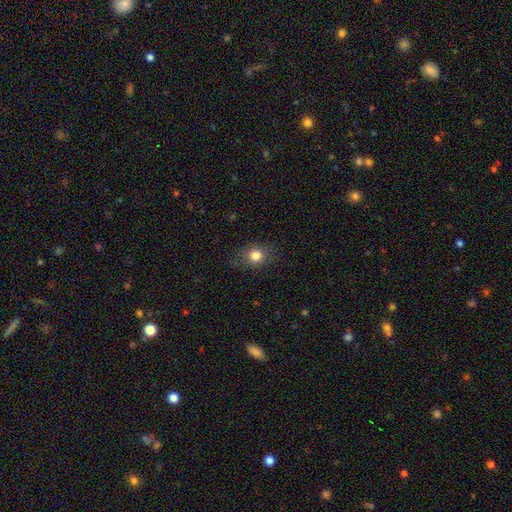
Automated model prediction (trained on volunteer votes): A smooth galaxy with no disk features (81%) that is round (56%). Merging: none (81%).